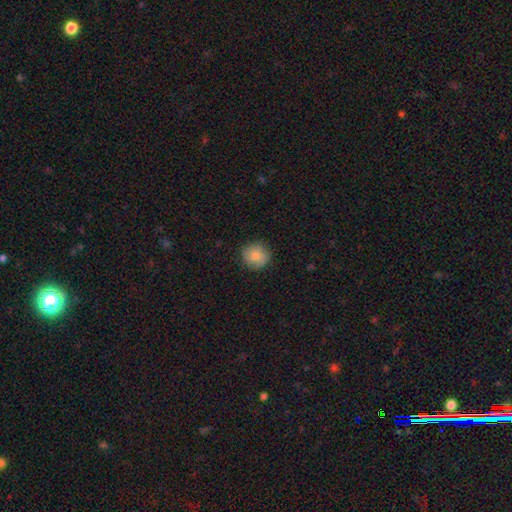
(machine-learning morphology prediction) Smooth or featured? smooth (81%)
How rounded? round (92%)
Merging? none (85%)